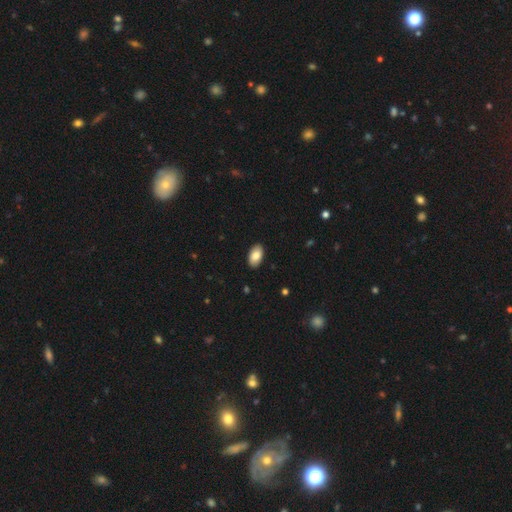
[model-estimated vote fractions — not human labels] Smooth or featured? Predicted: smooth (p=0.85). How rounded? Predicted: in between (p=0.95). Merging? Predicted: none (p=0.89).